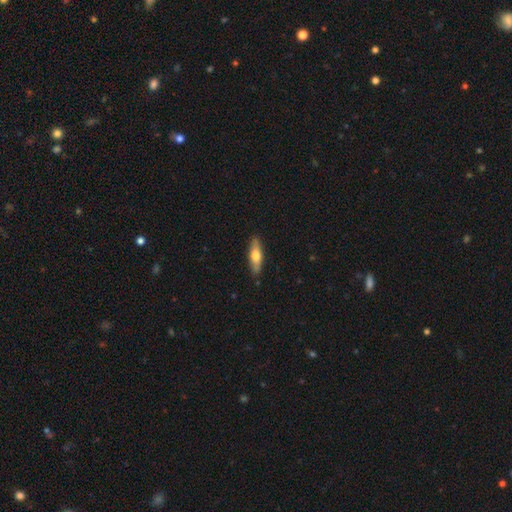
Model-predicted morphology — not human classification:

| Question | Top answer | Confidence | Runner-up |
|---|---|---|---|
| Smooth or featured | smooth | 58% | featured or disk (37%) |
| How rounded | cigar-shaped | 57% | in between (41%) |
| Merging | none | 88% | minor disturbance (9%) |